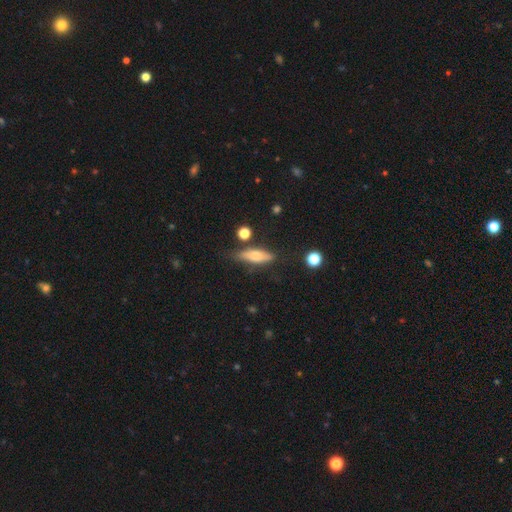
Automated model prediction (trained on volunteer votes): smooth_or_featured: smooth (p=0.64) [alt: featured or disk p=0.28]
how_rounded: cigar-shaped (p=0.50) [alt: in between p=0.46]
merging: none (p=0.68) [alt: minor disturbance p=0.21]